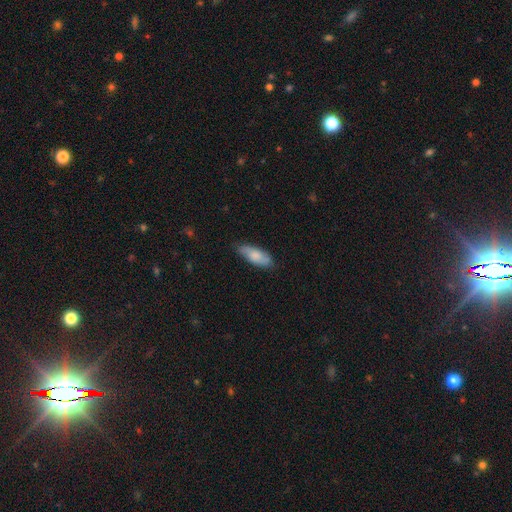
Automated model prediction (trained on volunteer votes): The model was most divided on "how rounded": in between: 72%, cigar-shaped: 26%, round: 2%. More confident: merging — none (77%); smooth or featured — smooth (75%).